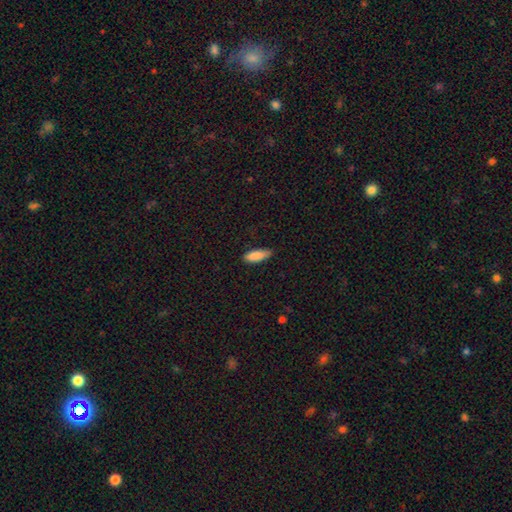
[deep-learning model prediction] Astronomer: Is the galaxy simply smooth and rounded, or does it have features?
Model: smooth — 87%.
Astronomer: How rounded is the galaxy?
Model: in between — 64%.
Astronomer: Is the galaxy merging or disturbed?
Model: none — 76%.